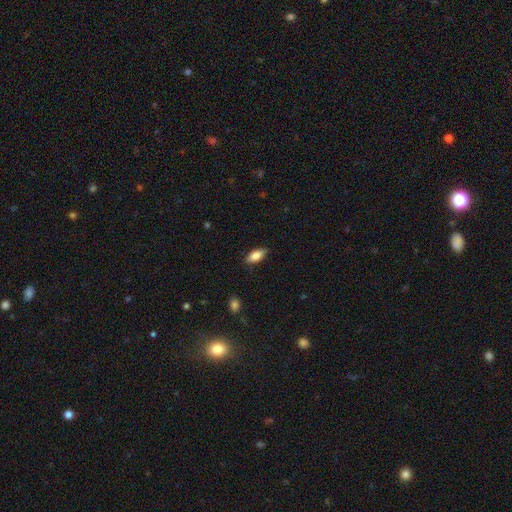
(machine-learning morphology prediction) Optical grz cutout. It shows a smooth galaxy with no disk features (83%) that is in between round and cigar-shaped (86%). Merging: none (82%).